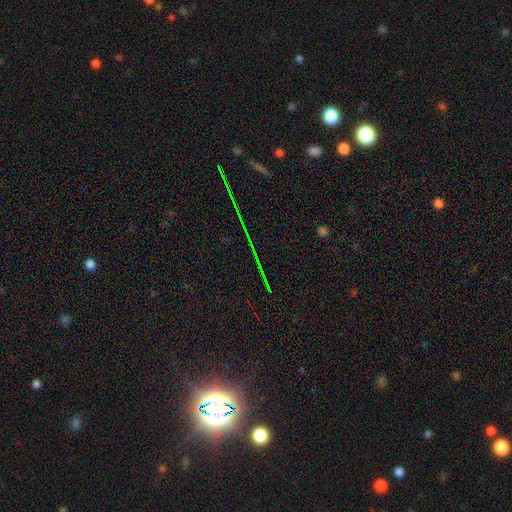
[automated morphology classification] smooth_or_featured: star or artifact (p=0.81) [alt: smooth p=0.10]